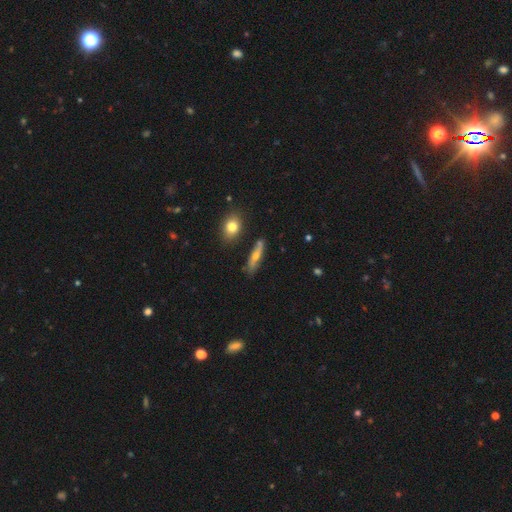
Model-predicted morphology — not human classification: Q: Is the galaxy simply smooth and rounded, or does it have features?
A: featured or disk — 50%.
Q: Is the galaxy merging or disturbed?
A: none — 78%.